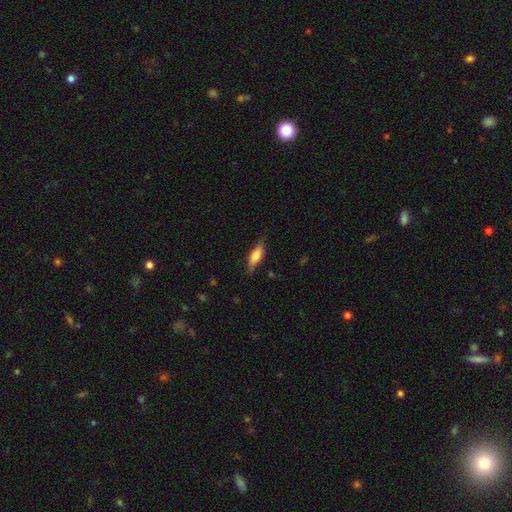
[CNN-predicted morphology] smooth_or_featured: smooth (p=0.67) [alt: featured or disk p=0.27]
how_rounded: in between (p=0.60) [alt: cigar-shaped p=0.37]
merging: none (p=0.76) [alt: minor disturbance p=0.18]